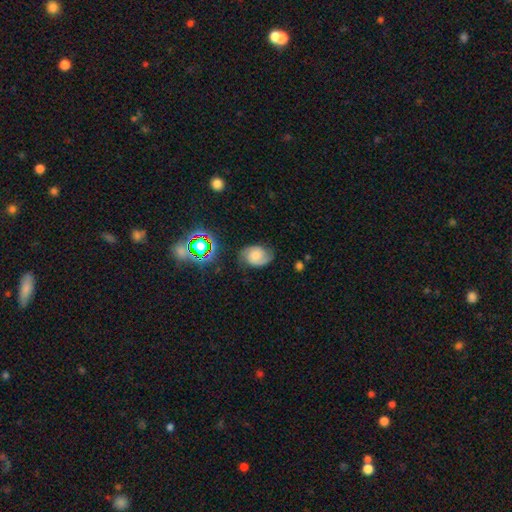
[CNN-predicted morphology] Smooth or featured: featured or disk — 54% (smooth — 33%)
Edge-on disk: no — 97% (yes — 3%)
Bar: no — 68% (weak — 27%)
Spiral arms: yes — 91% (no — 9%)
Bulge size: small — 42% (moderate — 35%)
Merging: none — 69% (minor disturbance — 22%)